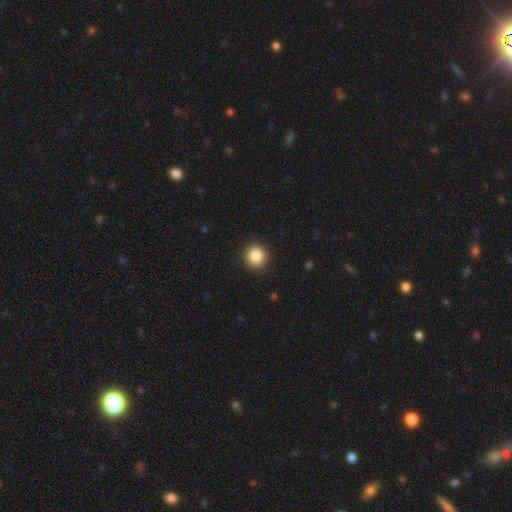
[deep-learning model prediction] Morphology: type=smooth (86%); roundness=round (91%); merging=none (91%).